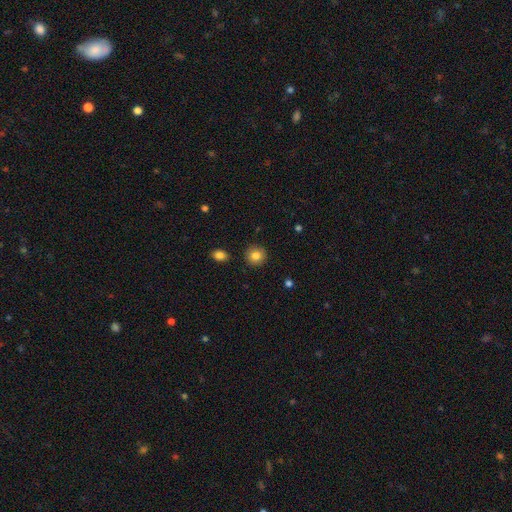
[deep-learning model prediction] Smooth or featured? smooth (83%)
How rounded? round (92%)
Merging? none (90%)